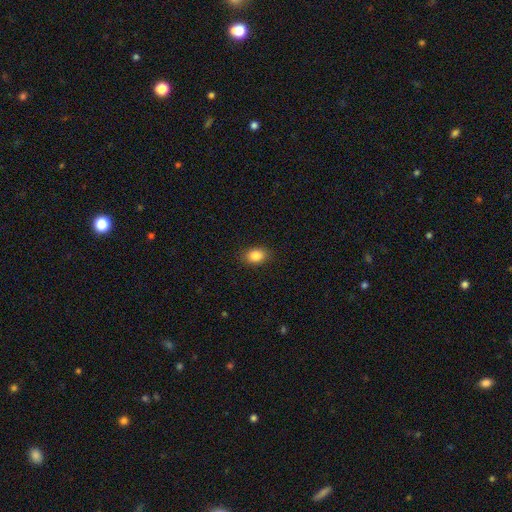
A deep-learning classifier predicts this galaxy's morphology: Smooth or featured? smooth (86%)
How rounded? in between (73%)
Merging? none (87%)